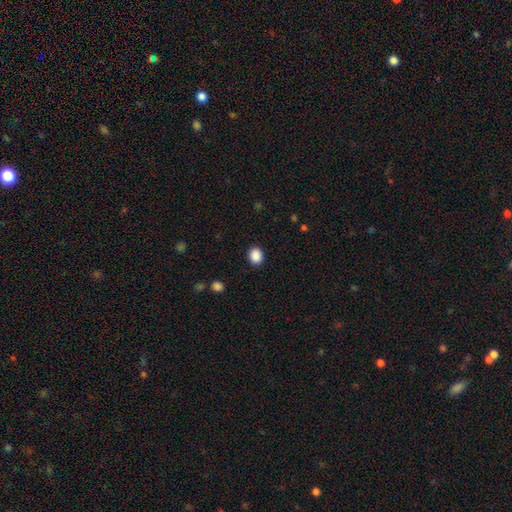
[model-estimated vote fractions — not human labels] smooth-or-featured: smooth: 89% | star or artifact: 9% | featured or disk: 2%
  how-rounded: round: 57% | in between: 43% | cigar-shaped: 1%
  merging: none: 90% | minor disturbance: 7% | major disturbance: 2% | merger: 1%